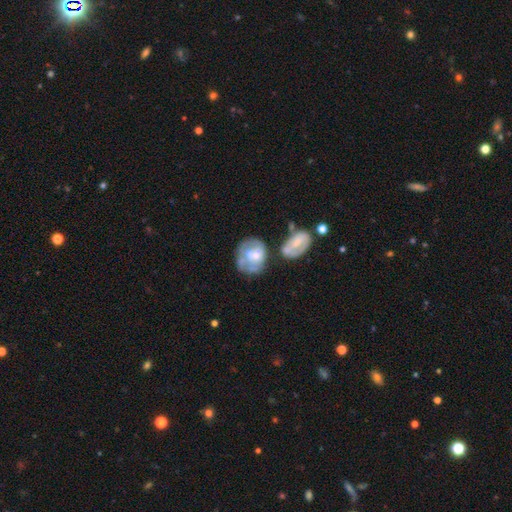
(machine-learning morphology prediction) A featured or disk galaxy (53%) with no bar (74%), no spiral arms (66%) and a moderate central bulge (44%). Merging: merger (38%).